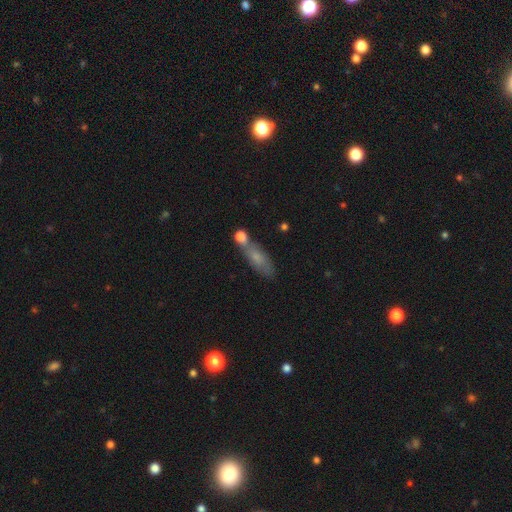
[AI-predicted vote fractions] Smooth or featured? smooth (56%)
How rounded? cigar-shaped (47%)
Merging? none (54%)